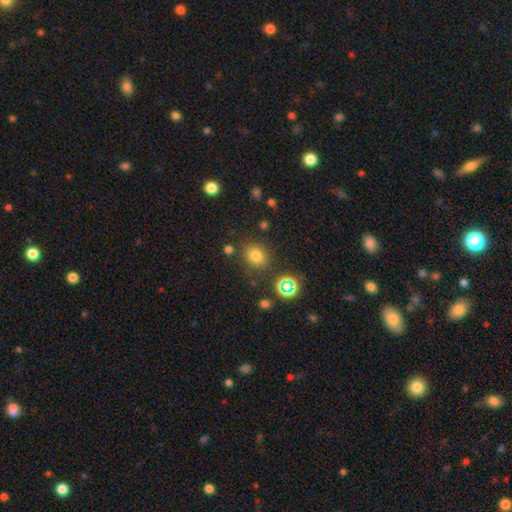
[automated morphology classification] This appears to be a smooth galaxy with no disk features (73%) that is round (73%). Merging: none (80%).